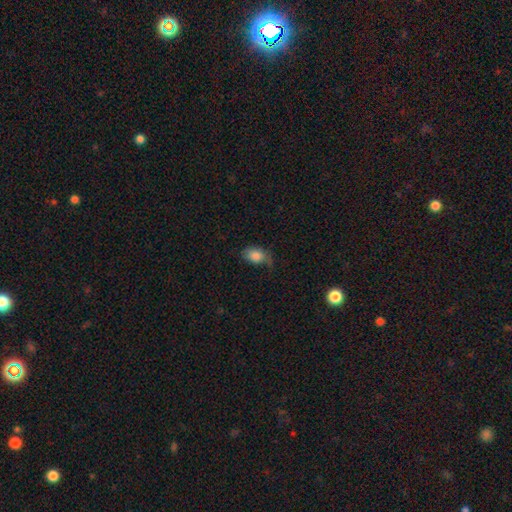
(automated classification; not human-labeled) Smooth or featured: smooth — 82% (featured or disk — 10%)
How rounded: in between — 84% (round — 14%)
Merging: none — 46% (minor disturbance — 35%)